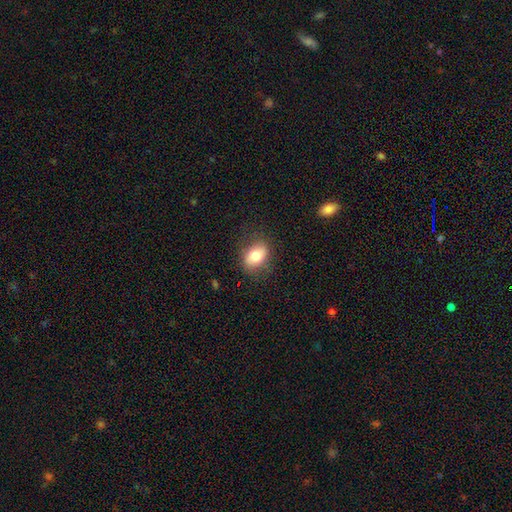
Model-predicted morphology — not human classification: smooth_or_featured: smooth (p=0.78) [alt: featured or disk p=0.14]
how_rounded: in between (p=0.77) [alt: round p=0.22]
merging: none (p=0.80) [alt: minor disturbance p=0.14]